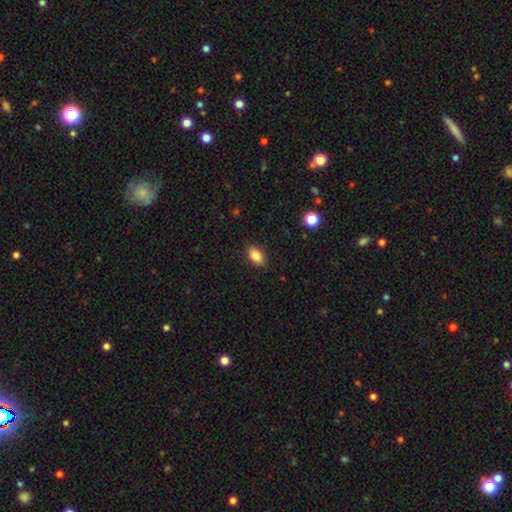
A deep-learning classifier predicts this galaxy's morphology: smooth 86%, star or artifact 8%, featured or disk 6%. Down the decision tree: how rounded — in between (90%); merging — none (88%).